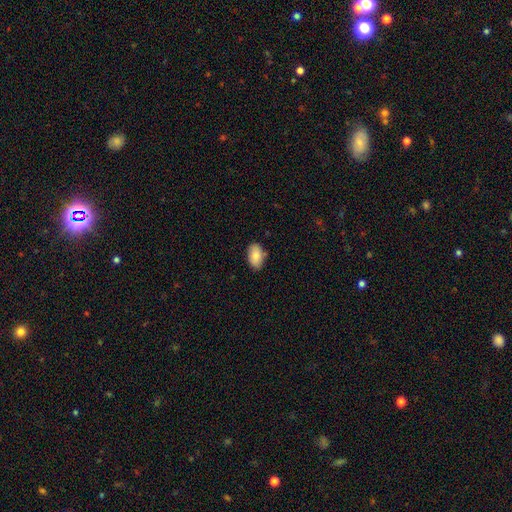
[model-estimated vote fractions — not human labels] This is clearly a smooth galaxy (84%). How rounded: clearly in between (92%). Merging: clearly none (82%).